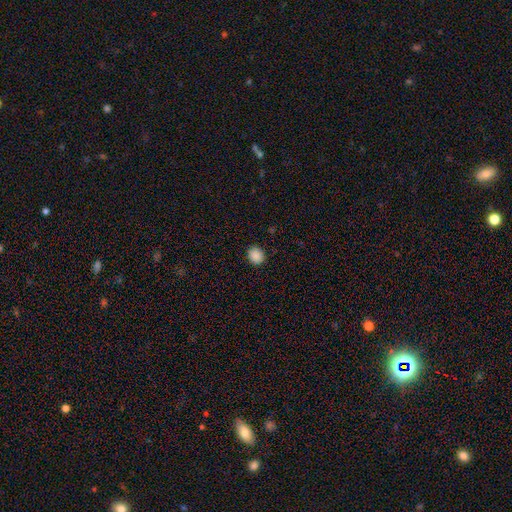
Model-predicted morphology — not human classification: This appears to be a smooth galaxy with no disk features (88%) that is round (76%). Merging: none (90%).